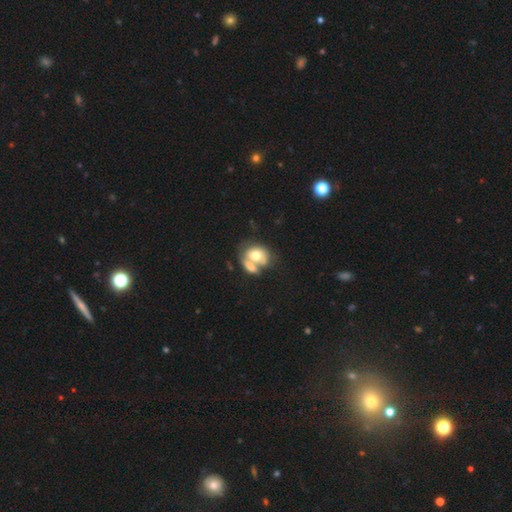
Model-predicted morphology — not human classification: A smooth galaxy with no disk features (64%) that is in between round and cigar-shaped (53%).

Vote fractions:
- Smooth or featured? smooth: 64% / featured or disk: 28% / star or artifact: 7%
- How rounded? in between: 53% / round: 45% / cigar-shaped: 1%
- Merging? merger: 62% / none: 22% / minor disturbance: 9% / major disturbance: 6%